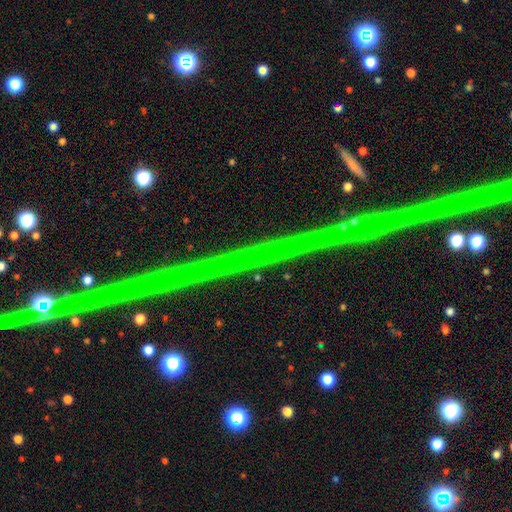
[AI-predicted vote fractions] Smooth or featured?
  - star or artifact: 85% *
  - featured or disk: 11%
  - smooth: 4%